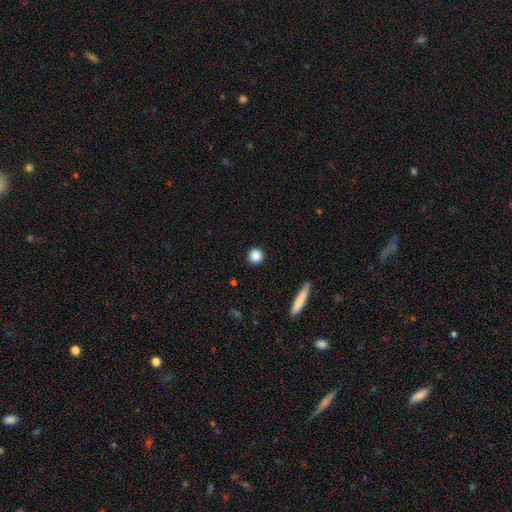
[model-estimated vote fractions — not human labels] This appears to be a smooth galaxy with no disk features (86%) that is round (92%). Merging: none (91%).